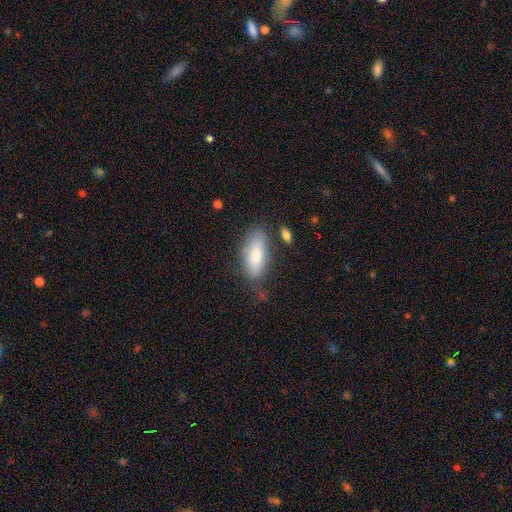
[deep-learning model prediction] smooth_or_featured: smooth (p=0.78) [alt: featured or disk p=0.16]
how_rounded: in between (p=0.80) [alt: cigar-shaped p=0.17]
merging: none (p=0.69) [alt: minor disturbance p=0.21]